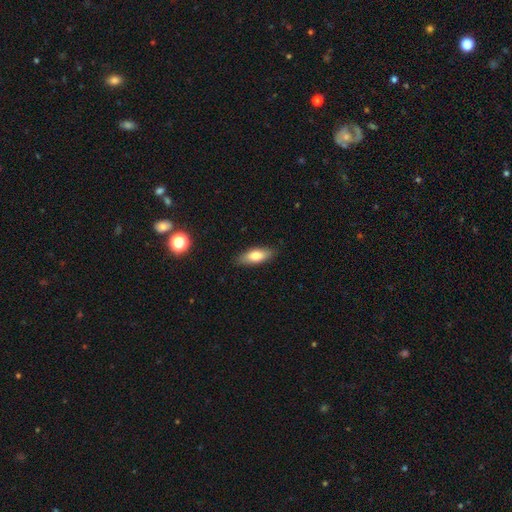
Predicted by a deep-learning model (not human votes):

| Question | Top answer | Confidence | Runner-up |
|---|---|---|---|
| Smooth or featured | smooth | 75% | featured or disk (18%) |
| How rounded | in between | 71% | cigar-shaped (27%) |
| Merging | none | 87% | minor disturbance (10%) |